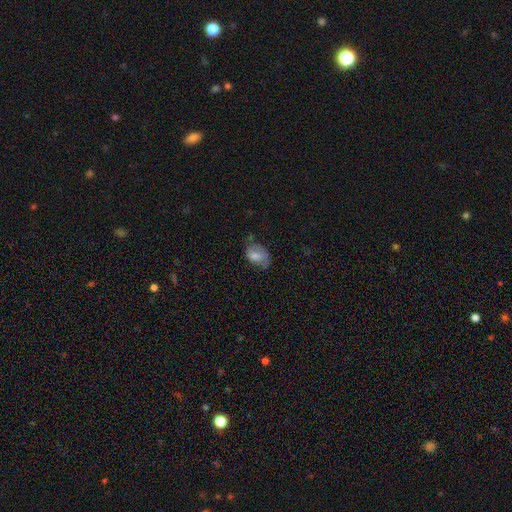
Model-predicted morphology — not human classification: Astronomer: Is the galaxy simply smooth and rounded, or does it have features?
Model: smooth — 65%.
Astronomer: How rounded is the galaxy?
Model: in between — 83%.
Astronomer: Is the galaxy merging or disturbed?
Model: none — 45% (runner-up: minor disturbance, 36%).